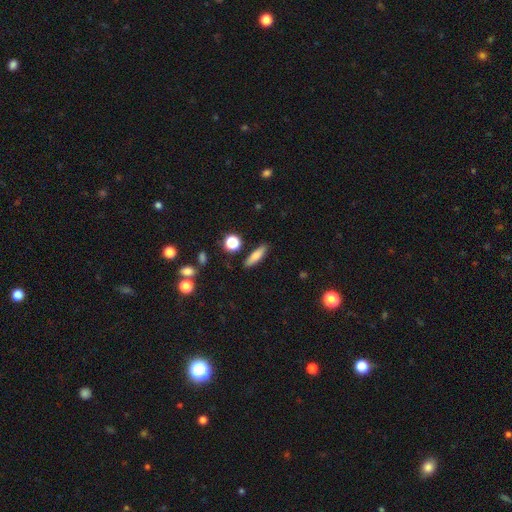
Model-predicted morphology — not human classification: smooth-or-featured: smooth: 74% | featured or disk: 17% | star or artifact: 9%
  how-rounded: cigar-shaped: 66% | in between: 30% | round: 4%
  merging: none: 86% | minor disturbance: 9% | merger: 3% | major disturbance: 2%